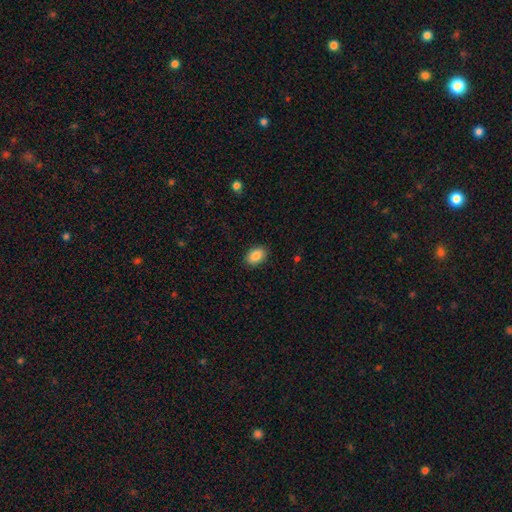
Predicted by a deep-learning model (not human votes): smooth 88%, star or artifact 8%, featured or disk 5%. Down the decision tree: how rounded — in between (86%); merging — none (89%).